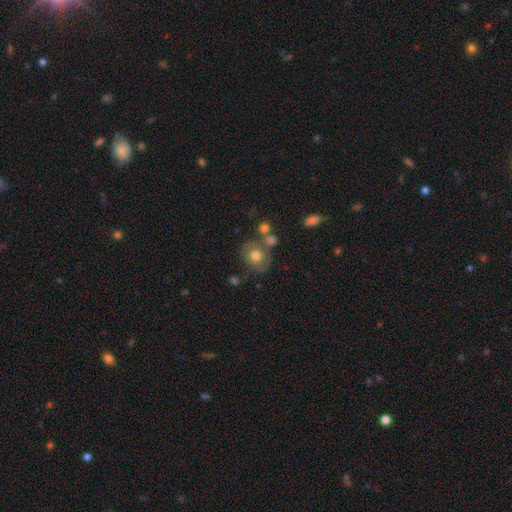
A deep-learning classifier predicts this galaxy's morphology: A smooth galaxy with no disk features (64%) that is round (78%).

Vote fractions:
- Smooth or featured? smooth: 64% / featured or disk: 27% / star or artifact: 10%
- How rounded? round: 78% / in between: 21% / cigar-shaped: 1%
- Merging? none: 61% / minor disturbance: 16% / merger: 15% / major disturbance: 7%